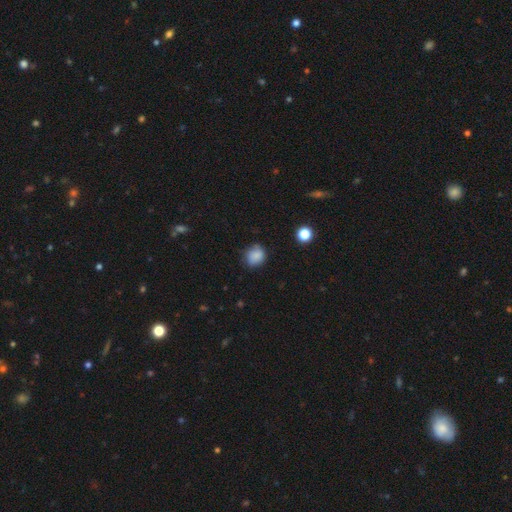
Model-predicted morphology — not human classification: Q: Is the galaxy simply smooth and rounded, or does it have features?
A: smooth — 84%.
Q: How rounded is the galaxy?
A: round — 73%.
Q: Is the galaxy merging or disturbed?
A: none — 69%.